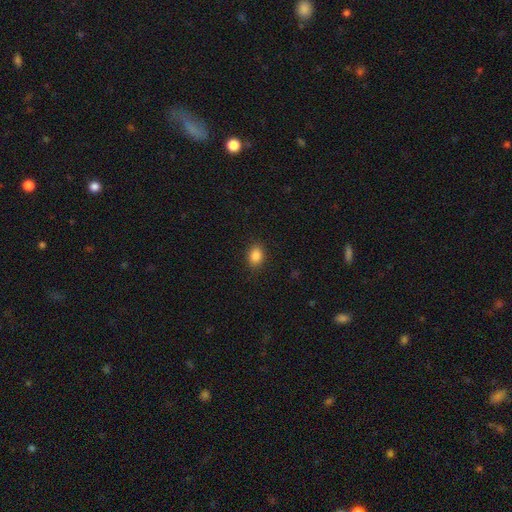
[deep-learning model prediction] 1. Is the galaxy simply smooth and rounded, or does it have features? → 87% smooth, 10% star or artifact, 4% featured or disk.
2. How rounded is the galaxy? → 68% in between, 31% round, 1% cigar-shaped.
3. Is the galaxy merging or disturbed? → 88% none, 9% minor disturbance, 2% major disturbance, 1% merger.